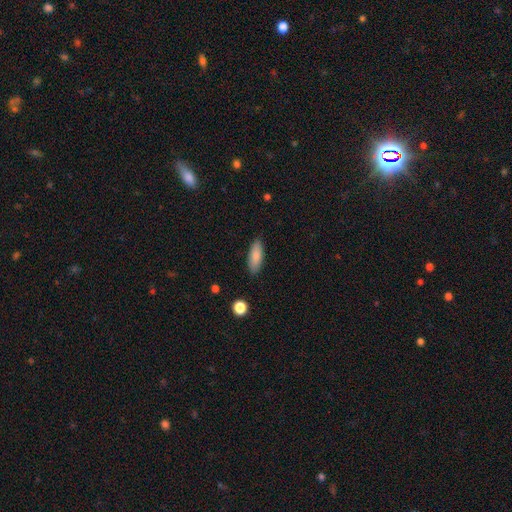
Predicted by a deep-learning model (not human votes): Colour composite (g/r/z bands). It shows a smooth galaxy with no disk features (85%) that is in between round and cigar-shaped (66%). Merging: none (87%).